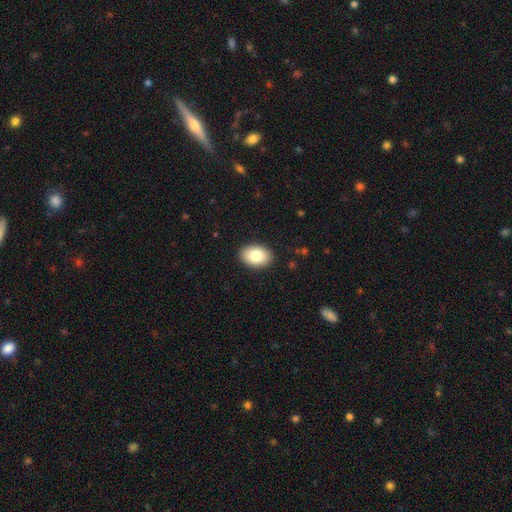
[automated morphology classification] Q: Smooth or featured?
A: smooth (83%); runner-up: featured or disk (10%)
Q: How rounded?
A: in between (86%); runner-up: round (13%)
Q: Merging?
A: none (90%); runner-up: minor disturbance (8%)